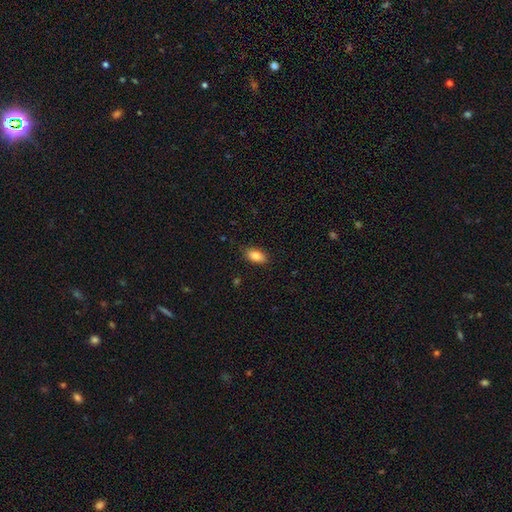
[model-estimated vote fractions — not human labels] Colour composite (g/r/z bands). It shows a smooth galaxy with no disk features (85%) that is in between round and cigar-shaped (92%). Merging: none (86%).